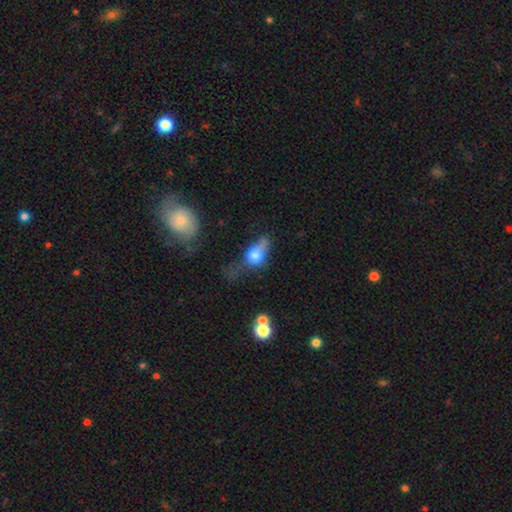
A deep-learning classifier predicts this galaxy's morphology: Smooth or featured? smooth (64%)
How rounded? in between (65%)
Merging? major disturbance (48%)